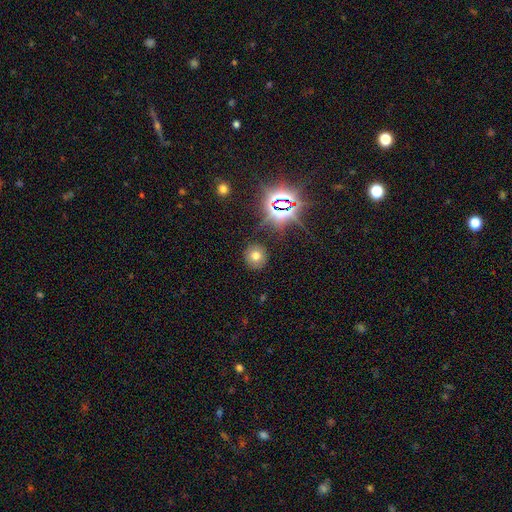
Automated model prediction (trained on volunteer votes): Smooth or featured? smooth (64%)
How rounded? round (91%)
Merging? none (87%)